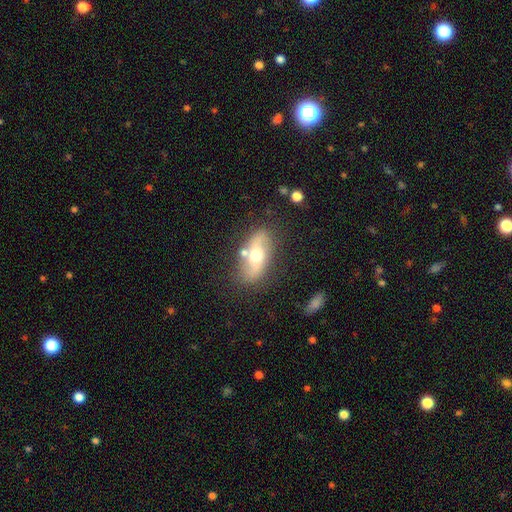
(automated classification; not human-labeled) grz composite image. It shows a featured or disk galaxy (60%) with no bar (59%), spiral arms (69%) and a moderate central bulge (74%). Merging: none (72%).